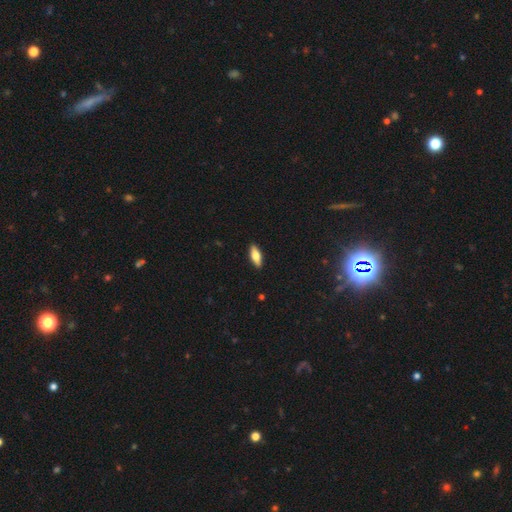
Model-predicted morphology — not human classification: smooth-or-featured: smooth: 64% | featured or disk: 29% | star or artifact: 6%
  how-rounded: in between: 67% | cigar-shaped: 30% | round: 3%
  merging: none: 90% | minor disturbance: 7% | major disturbance: 2% | merger: 1%